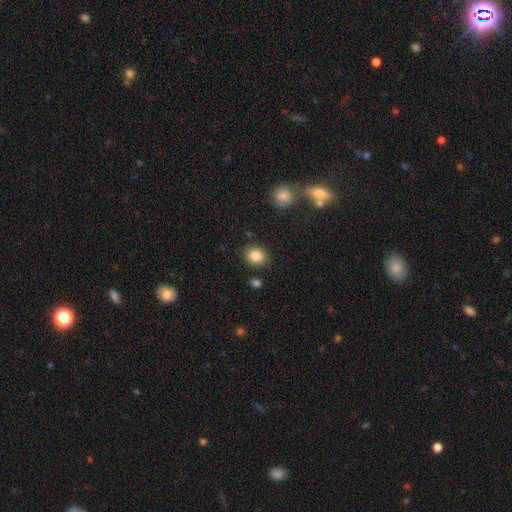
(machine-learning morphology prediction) Smooth or featured? Predicted: smooth (p=0.85). How rounded? Predicted: round (p=0.61). Merging? Predicted: none (p=0.84).